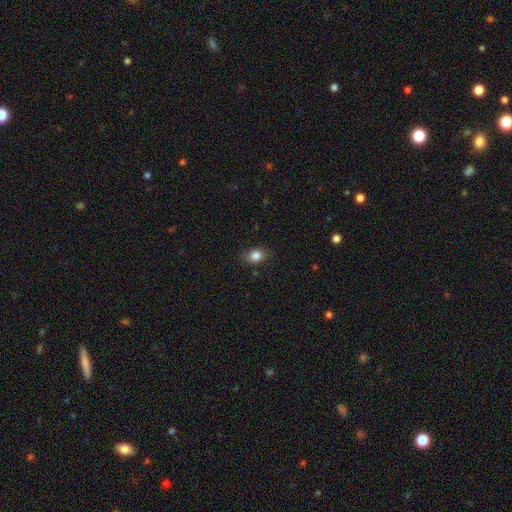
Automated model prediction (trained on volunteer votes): A smooth galaxy with no disk features (85%) that is in between round and cigar-shaped (67%). Merging: none (85%).